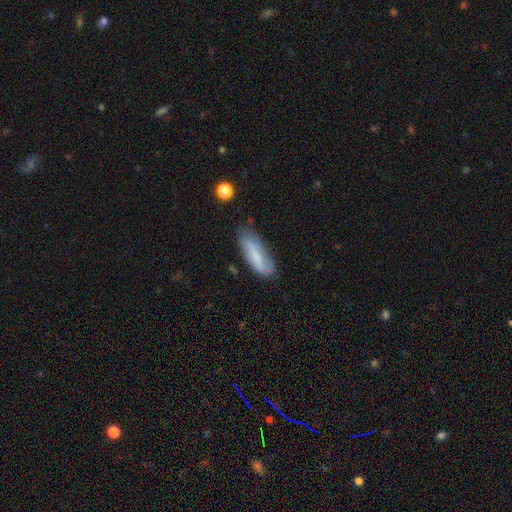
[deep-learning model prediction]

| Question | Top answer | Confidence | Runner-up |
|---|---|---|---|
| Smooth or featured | smooth | 56% | featured or disk (35%) |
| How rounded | in between | 54% | cigar-shaped (44%) |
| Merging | none | 60% | minor disturbance (29%) |